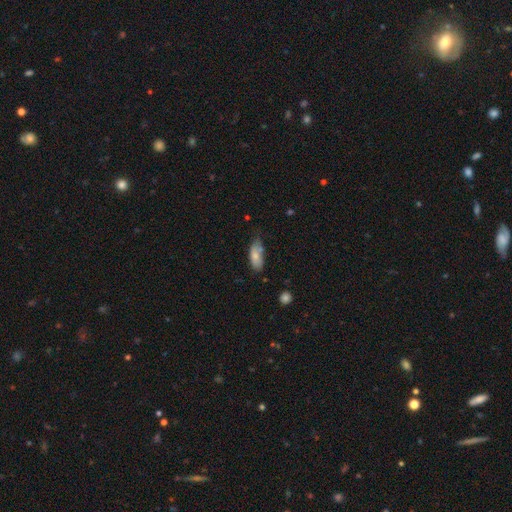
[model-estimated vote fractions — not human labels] A smooth galaxy with no disk features (74%) that is in between round and cigar-shaped (83%).

Vote fractions:
- Smooth or featured? smooth: 74% / featured or disk: 19% / star or artifact: 7%
- How rounded? in between: 83% / cigar-shaped: 15% / round: 2%
- Merging? none: 50% / minor disturbance: 33% / merger: 9% / major disturbance: 8%